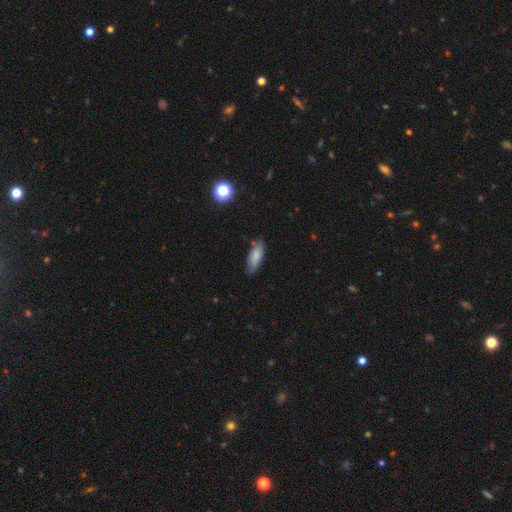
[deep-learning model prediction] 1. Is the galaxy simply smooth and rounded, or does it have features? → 81% smooth, 12% featured or disk, 7% star or artifact.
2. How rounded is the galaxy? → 73% in between, 25% cigar-shaped, 2% round.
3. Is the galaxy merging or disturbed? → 74% none, 20% minor disturbance, 4% major disturbance, 2% merger.